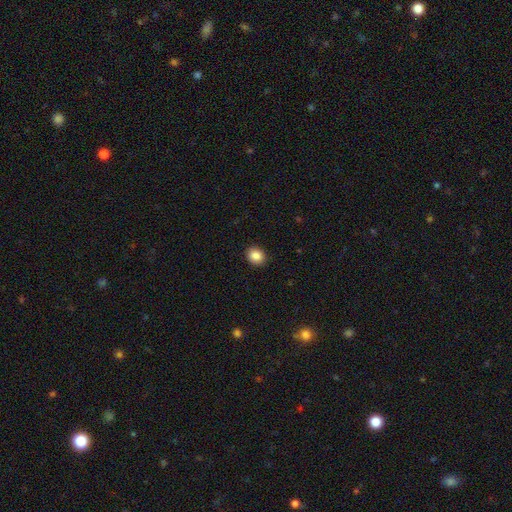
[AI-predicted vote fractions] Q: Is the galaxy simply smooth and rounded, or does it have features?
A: smooth — 87%.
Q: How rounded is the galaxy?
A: round — 61%.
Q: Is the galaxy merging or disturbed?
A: none — 90%.